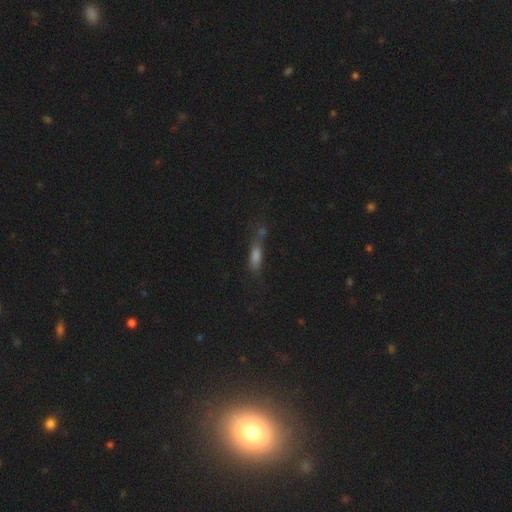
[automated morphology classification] type=smooth (60%); roundness=cigar-shaped (67%); merging=none (46%).